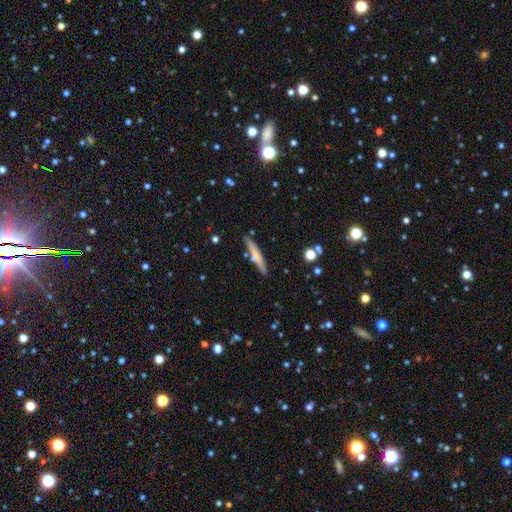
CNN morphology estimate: A smooth galaxy with no disk features (59%) that is cigar-shaped (92%).

Vote fractions:
- Smooth or featured? smooth: 59% / featured or disk: 35% / star or artifact: 6%
- How rounded? cigar-shaped: 92% / in between: 7% / round: 2%
- Merging? none: 81% / minor disturbance: 10% / merger: 6% / major disturbance: 2%